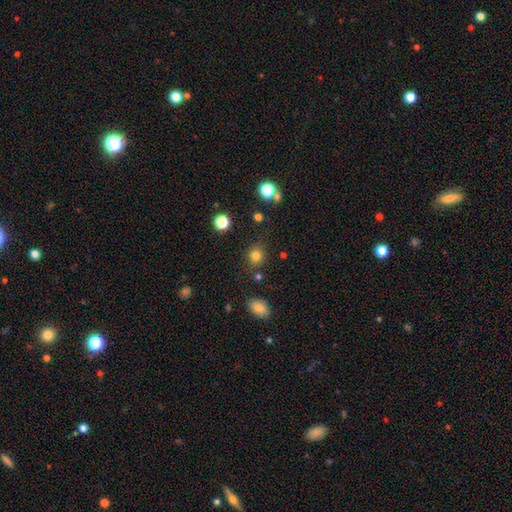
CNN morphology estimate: smooth 80%, star or artifact 14%, featured or disk 6%. Down the decision tree: how rounded — round (76%); merging — none (81%).